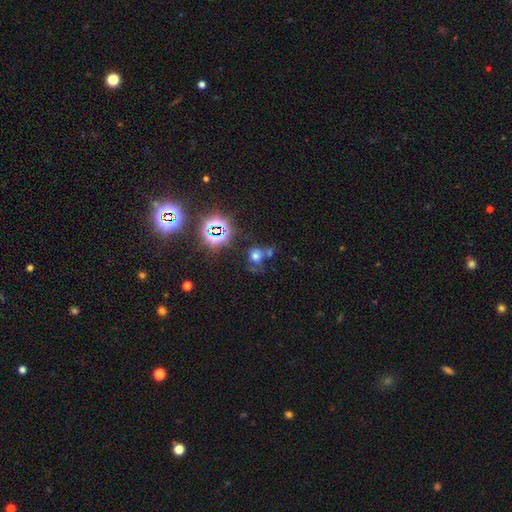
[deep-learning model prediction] Overall: smooth (53%; star or artifact 34%). How rounded: round (74%). Merging: none (49%; merger 25%).